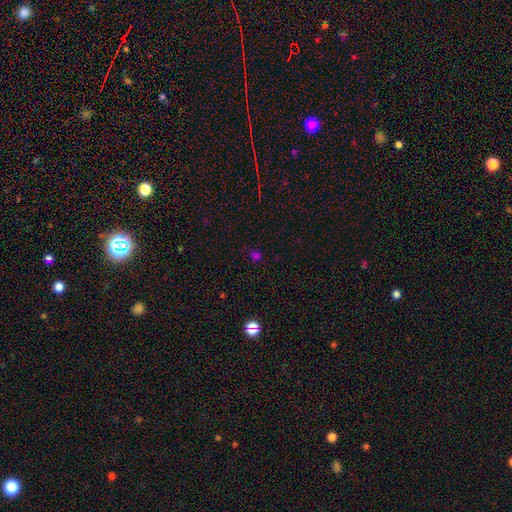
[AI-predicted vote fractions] Smooth or featured? Predicted: smooth (p=0.59). How rounded? Predicted: round (p=0.75). Merging? Predicted: none (p=0.78).